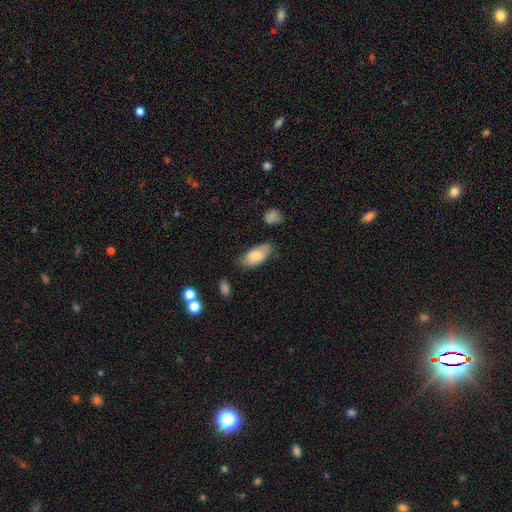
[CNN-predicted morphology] Smooth or featured: smooth — 78% (featured or disk — 15%)
How rounded: in between — 91% (cigar-shaped — 7%)
Merging: none — 68% (minor disturbance — 24%)